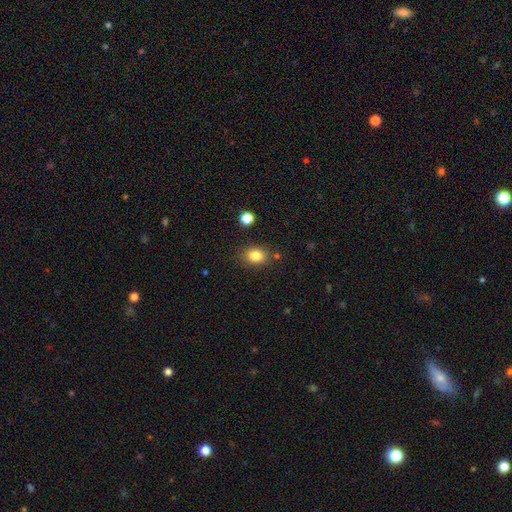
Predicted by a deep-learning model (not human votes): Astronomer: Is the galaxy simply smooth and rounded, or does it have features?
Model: smooth — 83%.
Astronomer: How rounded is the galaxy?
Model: in between — 54% (runner-up: round, 45%).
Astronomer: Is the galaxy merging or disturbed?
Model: none — 82%.